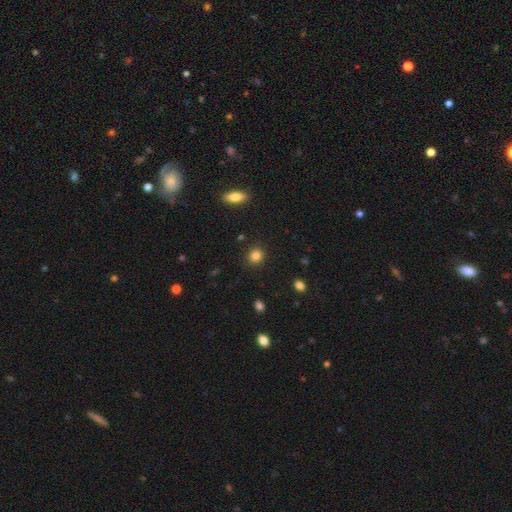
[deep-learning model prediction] Smooth or featured? smooth (85%)
How rounded? round (86%)
Merging? none (90%)